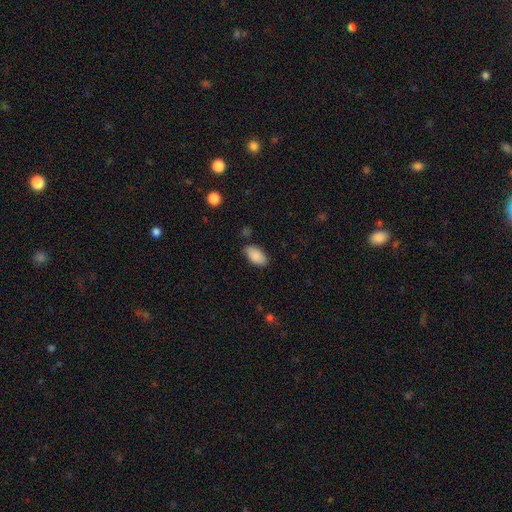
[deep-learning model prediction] A smooth galaxy with no disk features (89%) that is in between round and cigar-shaped (95%). Merging: none (79%).